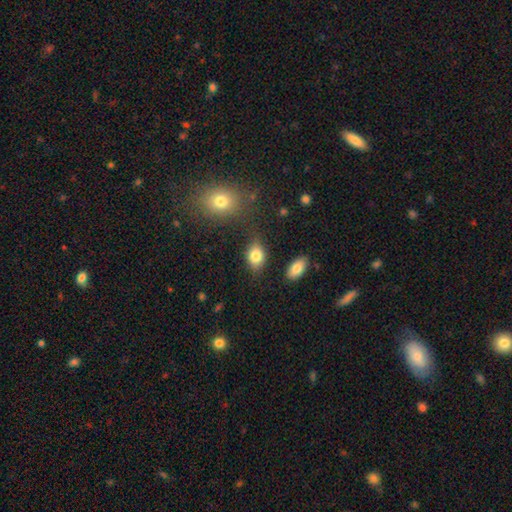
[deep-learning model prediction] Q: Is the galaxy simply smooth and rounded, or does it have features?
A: smooth — 82%.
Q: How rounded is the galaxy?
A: in between — 74%.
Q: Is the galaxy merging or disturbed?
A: none — 71%.